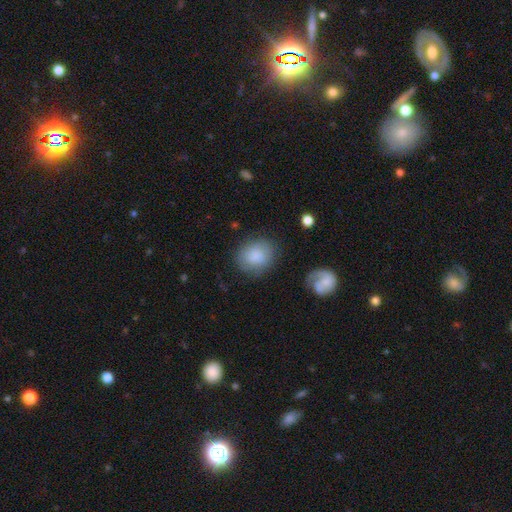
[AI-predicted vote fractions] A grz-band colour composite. It shows a smooth galaxy with no disk features (82%) that is round (64%). Merging: none (77%).